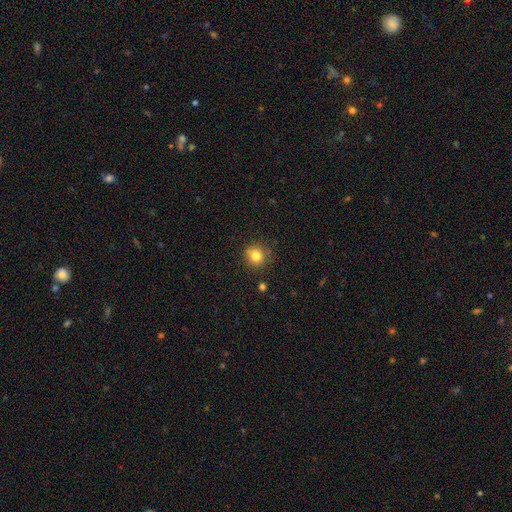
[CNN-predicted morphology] smooth 80%, star or artifact 12%, featured or disk 7%. Down the decision tree: how rounded — round (89%); merging — none (81%).